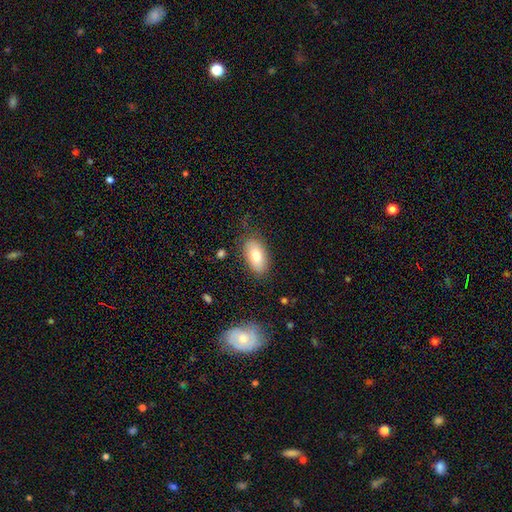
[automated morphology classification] Smooth or featured? Predicted: smooth (p=0.78). How rounded? Predicted: in between (p=0.92). Merging? Predicted: none (p=0.79).